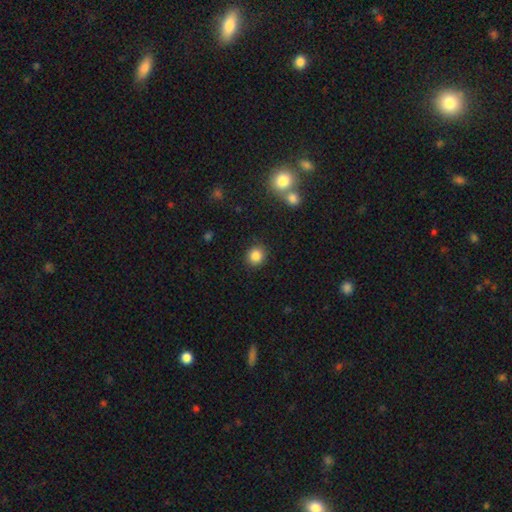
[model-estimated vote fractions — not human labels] This is clearly a smooth galaxy (85%). How rounded: clearly round (87%). Merging: clearly none (89%).